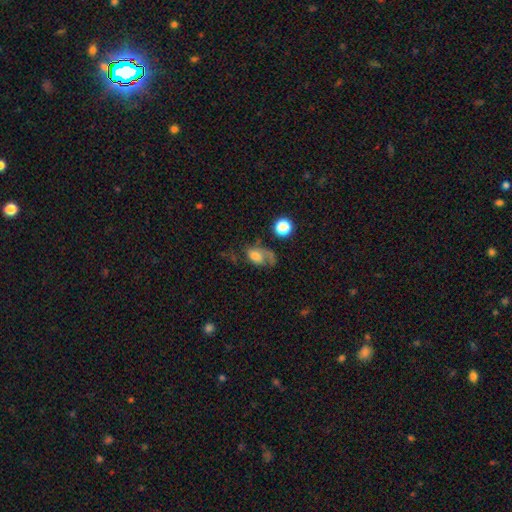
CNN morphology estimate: This appears to be a smooth galaxy with no disk features (48%). Merging: major disturbance (41%).